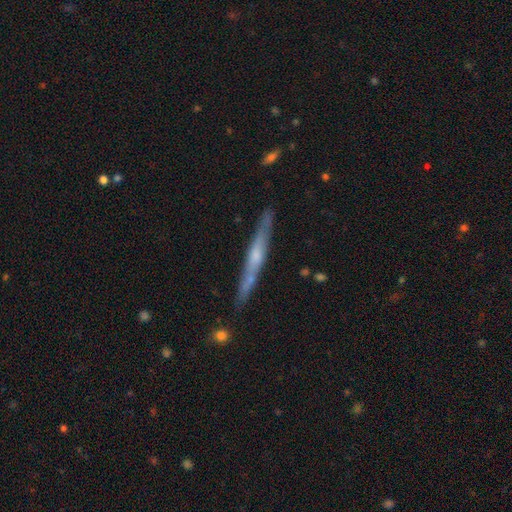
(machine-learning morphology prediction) type=featured or disk (69%); edge-on=yes (96%); edge-on bulge=rounded (53%); merging=none (86%).